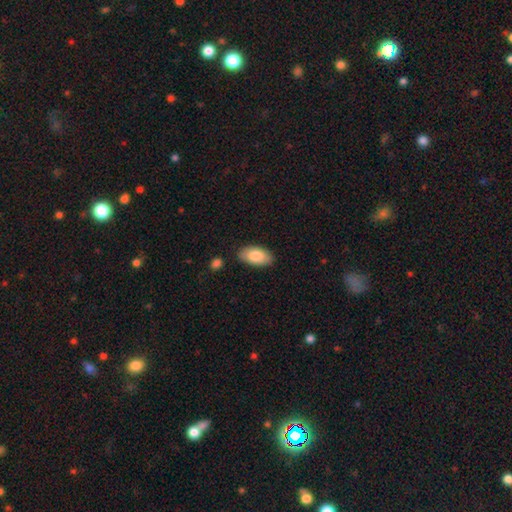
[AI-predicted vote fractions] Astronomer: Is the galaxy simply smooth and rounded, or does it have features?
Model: smooth — 83%.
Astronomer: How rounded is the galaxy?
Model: in between — 95%.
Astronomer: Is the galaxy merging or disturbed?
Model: none — 82%.